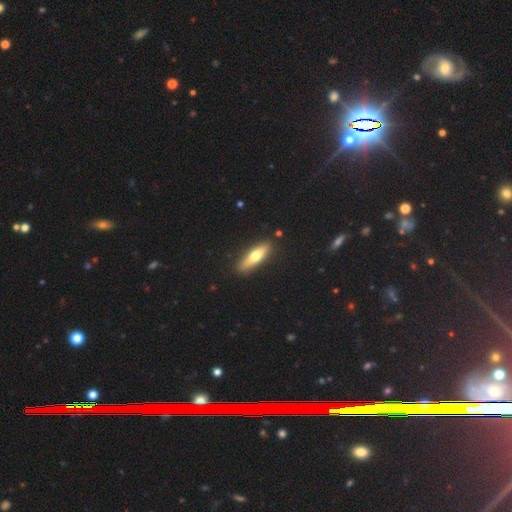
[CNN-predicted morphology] Smooth or featured? Predicted: smooth (p=0.59). How rounded? Predicted: cigar-shaped (p=0.66). Merging? Predicted: none (p=0.88).